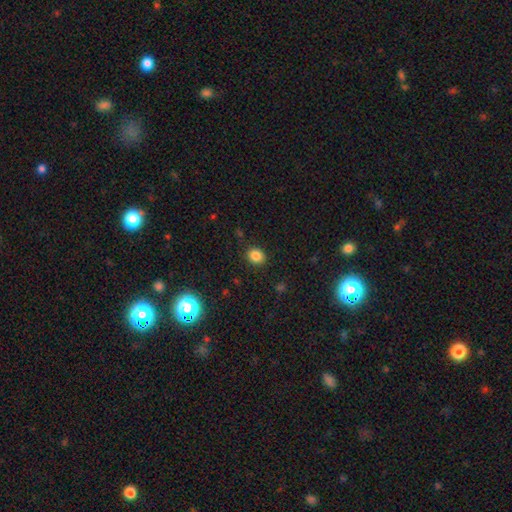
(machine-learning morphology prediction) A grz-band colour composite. It shows a smooth galaxy with no disk features (84%) that is round (69%). Merging: none (88%).